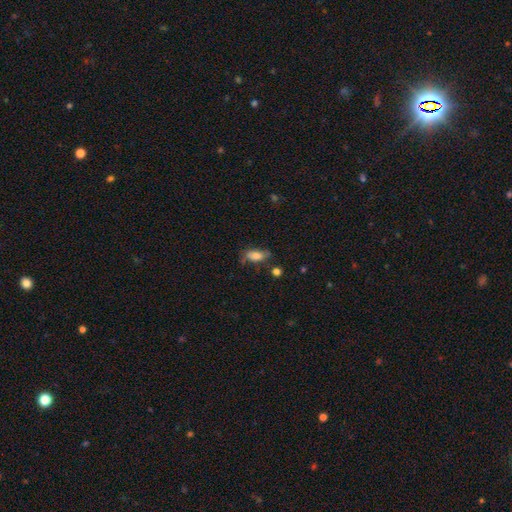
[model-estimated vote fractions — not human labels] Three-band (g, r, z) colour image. It shows a smooth galaxy with no disk features (73%) that is in between round and cigar-shaped (83%). Merging: none (57%).